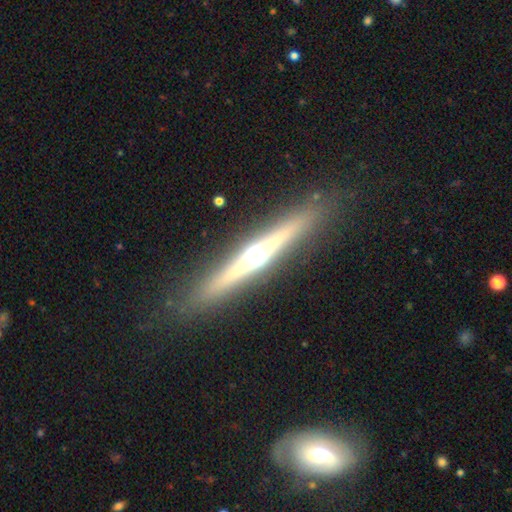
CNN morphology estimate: This appears to be a featured or disk galaxy (76%) viewed edge-on (98%) with a rounded central bulge (91%). Merging: none (89%).